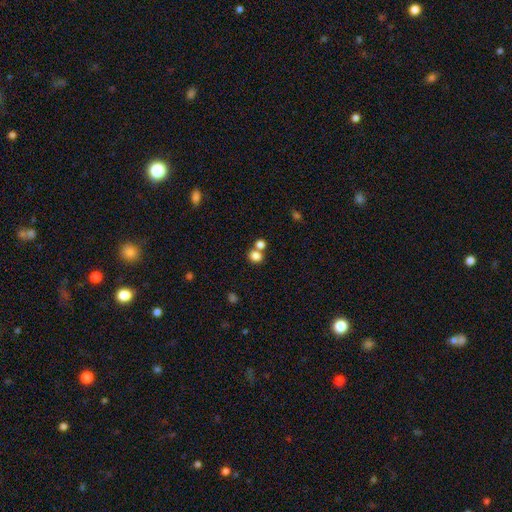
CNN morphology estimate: The model was most divided on "merging": none: 53%, merger: 35%, minor disturbance: 8%, major disturbance: 4%. More confident: smooth or featured — smooth (81%); how rounded — round (66%).